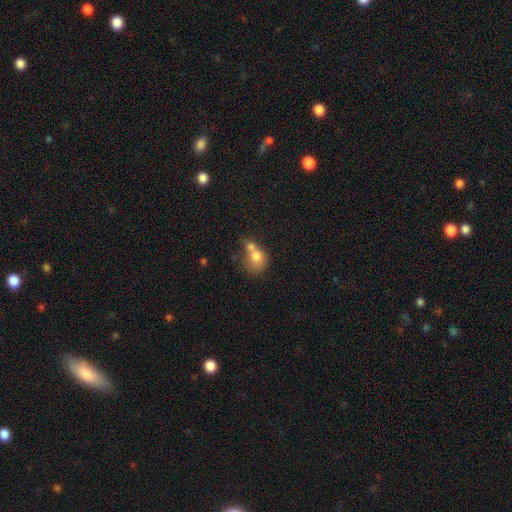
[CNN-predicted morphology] A smooth galaxy with no disk features (72%) that is round (60%).

Vote fractions:
- Smooth or featured? smooth: 72% / featured or disk: 18% / star or artifact: 10%
- How rounded? round: 60% / in between: 39% / cigar-shaped: 1%
- Merging? merger: 61% / none: 21% / minor disturbance: 10% / major disturbance: 8%